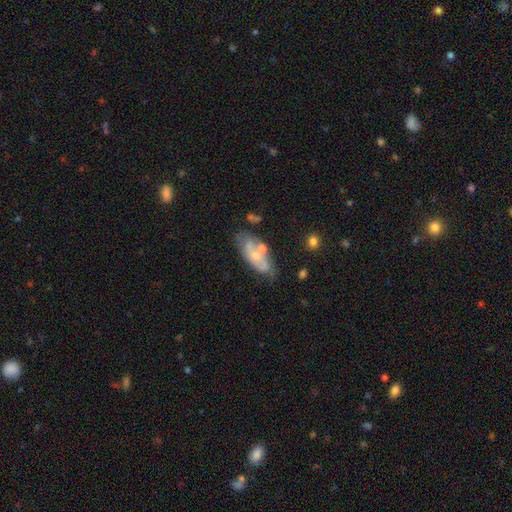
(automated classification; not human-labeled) This is possibly a featured or disk galaxy (51%). It is clearly not viewed edge-on (86%). Merging: possibly none (51%).